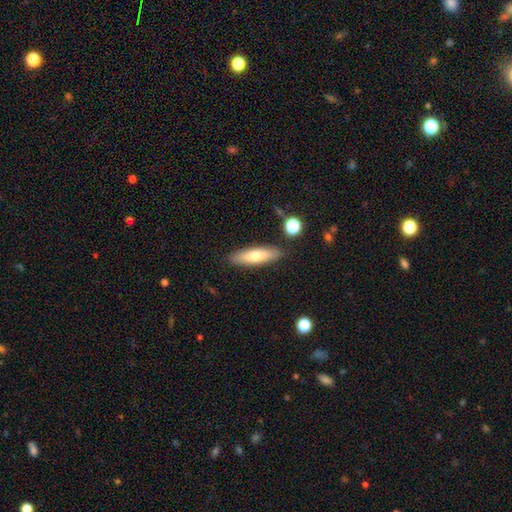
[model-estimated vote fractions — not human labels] This is likely a smooth galaxy (66%). How rounded: likely cigar-shaped (60%). Merging: clearly none (86%).